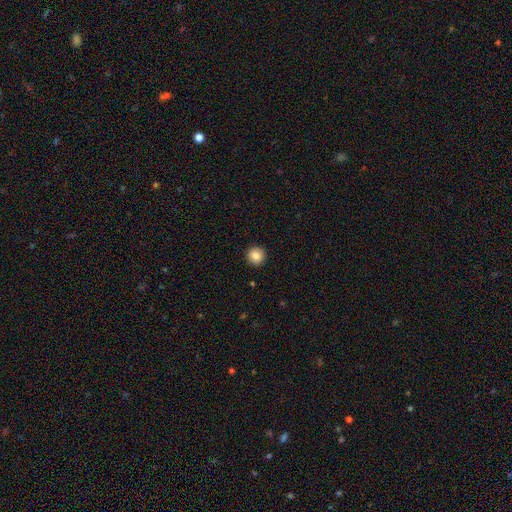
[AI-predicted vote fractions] smooth-or-featured: smooth: 86% | star or artifact: 9% | featured or disk: 5%
  how-rounded: round: 95% | in between: 4% | cigar-shaped: 1%
  merging: none: 93% | minor disturbance: 5% | major disturbance: 2% | merger: 1%